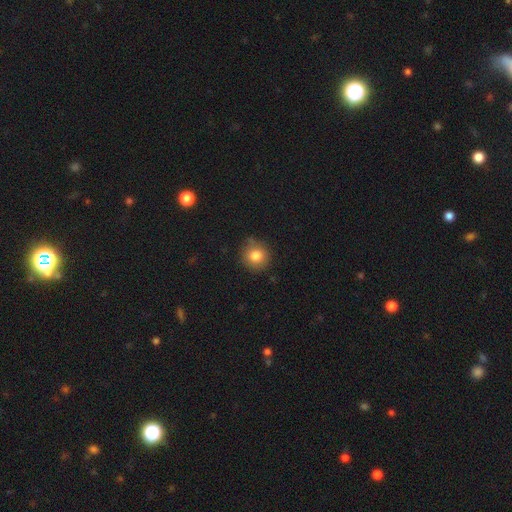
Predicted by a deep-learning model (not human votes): smooth_or_featured: smooth (p=0.81) [alt: star or artifact p=0.11]
how_rounded: round (p=0.90) [alt: in between p=0.09]
merging: none (p=0.81) [alt: minor disturbance p=0.14]